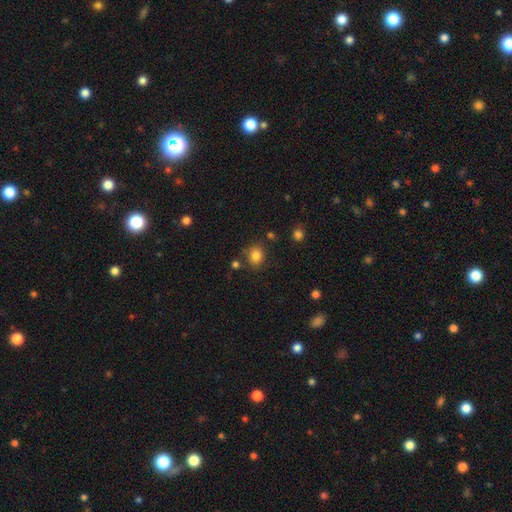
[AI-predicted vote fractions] A smooth galaxy with no disk features (82%) that is round (74%).

Vote fractions:
- Smooth or featured? smooth: 82% / star or artifact: 12% / featured or disk: 6%
- How rounded? round: 74% / in between: 25% / cigar-shaped: 1%
- Merging? none: 75% / minor disturbance: 13% / merger: 7% / major disturbance: 4%